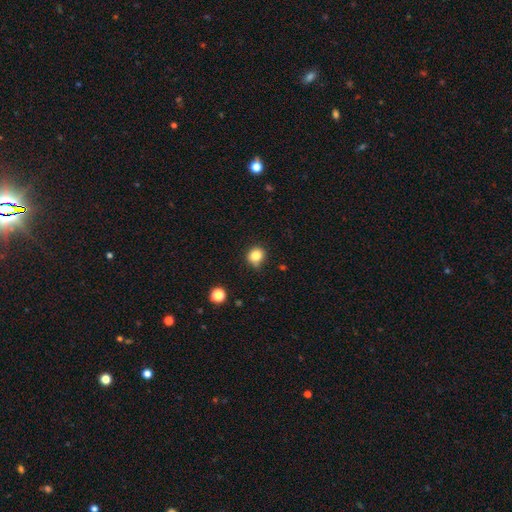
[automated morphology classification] Q: Smooth or featured?
A: smooth (83%); runner-up: star or artifact (12%)
Q: How rounded?
A: round (80%); runner-up: in between (19%)
Q: Merging?
A: none (69%); runner-up: minor disturbance (23%)